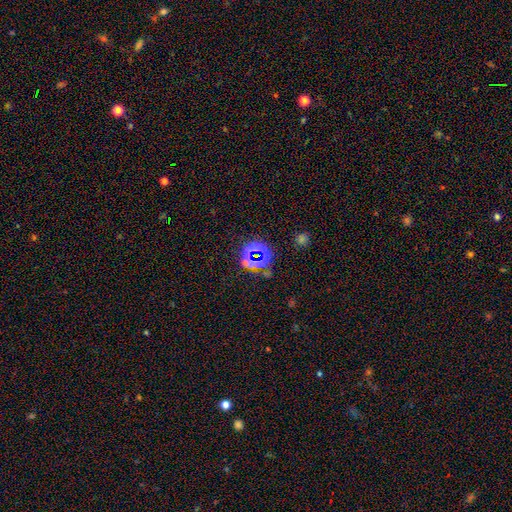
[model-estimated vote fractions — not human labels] Smooth or featured? Predicted: star or artifact (p=0.71).